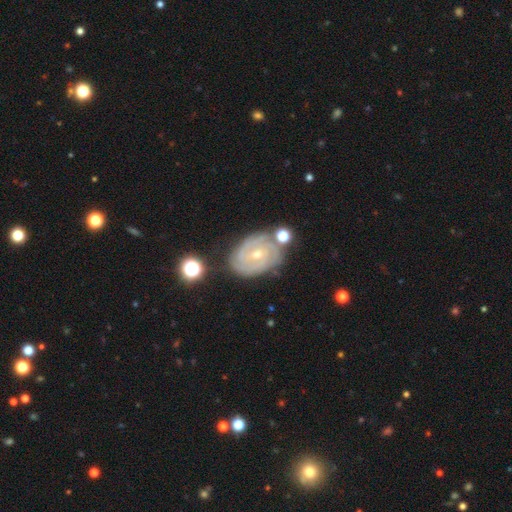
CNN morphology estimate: Smooth or featured: featured or disk — 82% (smooth — 11%)
Edge-on disk: no — 97% (yes — 3%)
Bar: no — 59% (weak — 33%)
Spiral arms: yes — 94% (no — 6%)
Spiral winding: tight — 73% (medium — 22%)
Spiral arm count: can't tell — 29% (3 — 25%)
Bulge size: small — 63% (moderate — 35%)
Merging: none — 68% (minor disturbance — 19%)